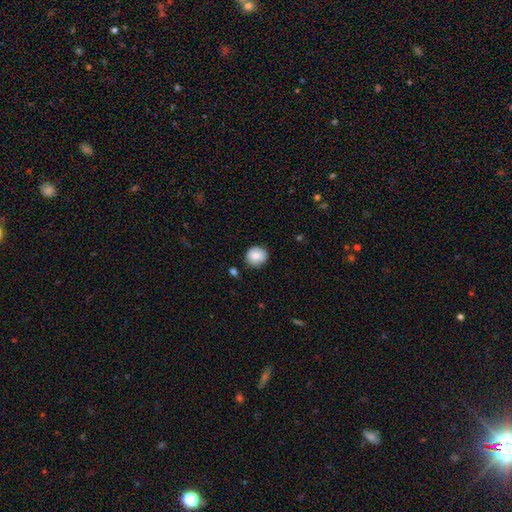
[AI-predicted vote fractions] smooth-or-featured: smooth: 82% | featured or disk: 10% | star or artifact: 8%
  how-rounded: round: 90% | in between: 9% | cigar-shaped: 1%
  merging: none: 85% | minor disturbance: 11% | major disturbance: 2% | merger: 2%